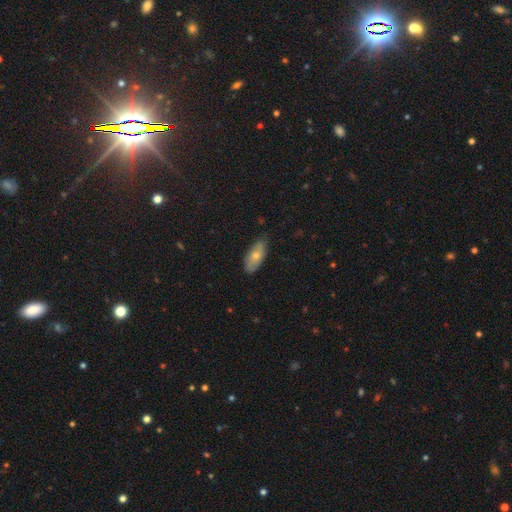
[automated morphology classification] type=smooth (54%); roundness=in between (81%); merging=none (78%).